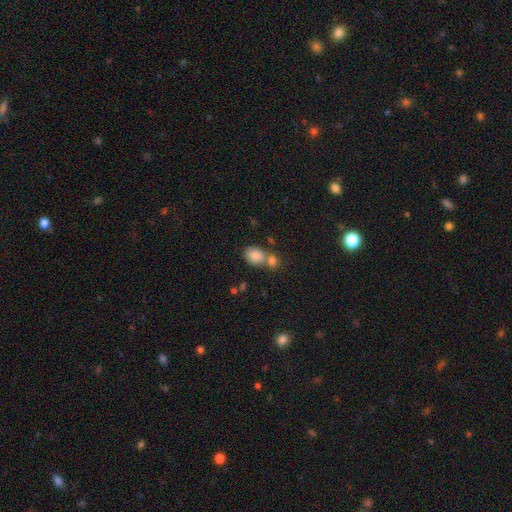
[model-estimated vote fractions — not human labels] smooth_or_featured: smooth (p=0.84) [alt: star or artifact p=0.09]
how_rounded: in between (p=0.59) [alt: round p=0.40]
merging: merger (p=0.44) [alt: none p=0.41]